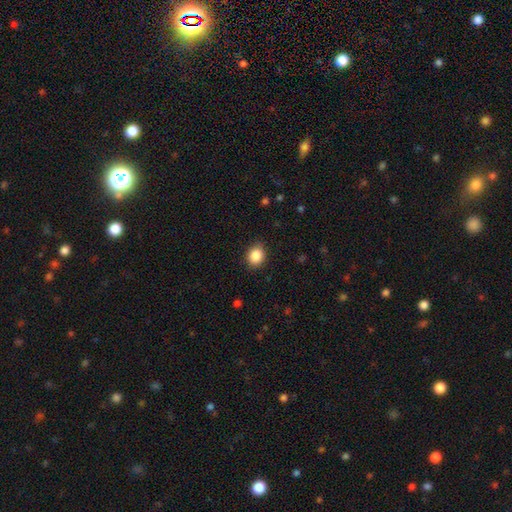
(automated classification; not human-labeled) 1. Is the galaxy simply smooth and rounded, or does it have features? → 88% smooth, 9% star or artifact, 3% featured or disk.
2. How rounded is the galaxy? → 53% round, 46% in between, 1% cigar-shaped.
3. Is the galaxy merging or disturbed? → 86% none, 11% minor disturbance, 3% major disturbance, 1% merger.